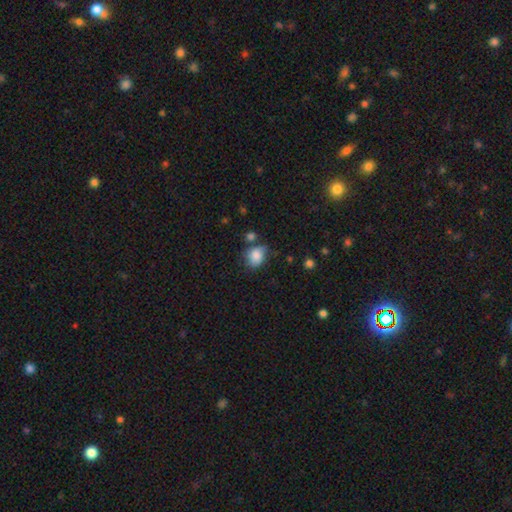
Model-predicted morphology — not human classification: The model was most divided on "how rounded": round: 54%, in between: 45%, cigar-shaped: 1%. More confident: smooth or featured — smooth (82%); merging — none (51%).